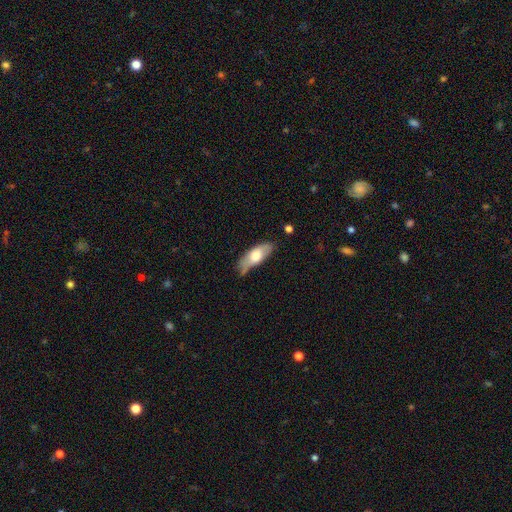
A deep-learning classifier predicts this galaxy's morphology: Overall: smooth (63%; featured or disk 31%). How rounded: in between (71%). Merging: none (63%; minor disturbance 27%).